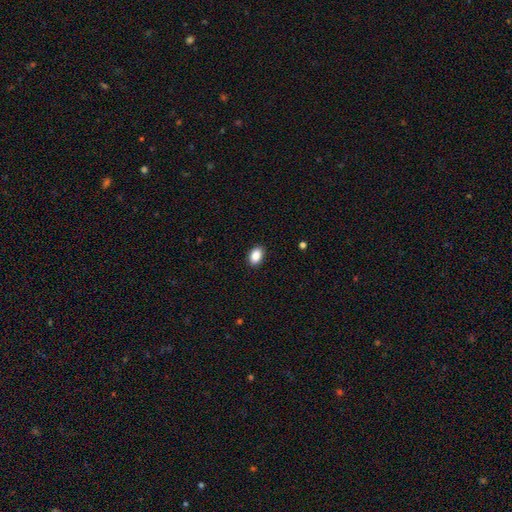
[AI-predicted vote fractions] This is clearly a smooth galaxy (88%). How rounded: clearly in between (88%). Merging: clearly none (90%).